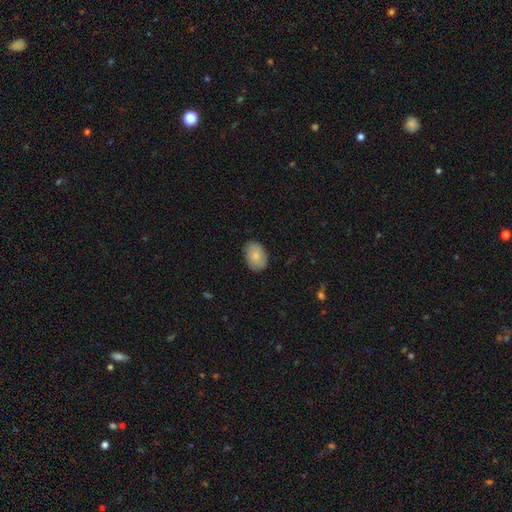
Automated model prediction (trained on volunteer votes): Smooth or featured: smooth — 81% (featured or disk — 13%)
How rounded: in between — 82% (round — 17%)
Merging: none — 84% (minor disturbance — 13%)